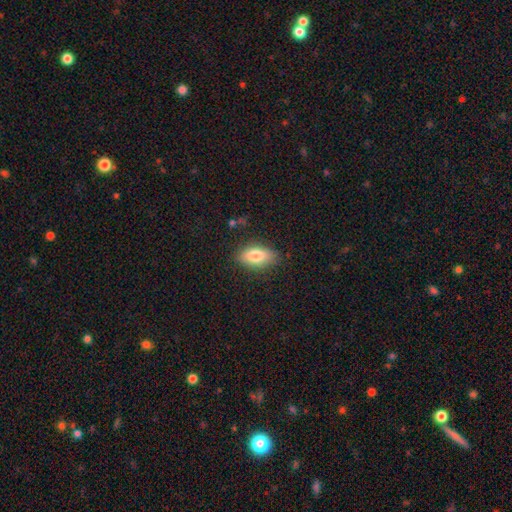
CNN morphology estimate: This is likely a smooth galaxy (78%). How rounded: clearly in between (87%). Merging: clearly none (83%).